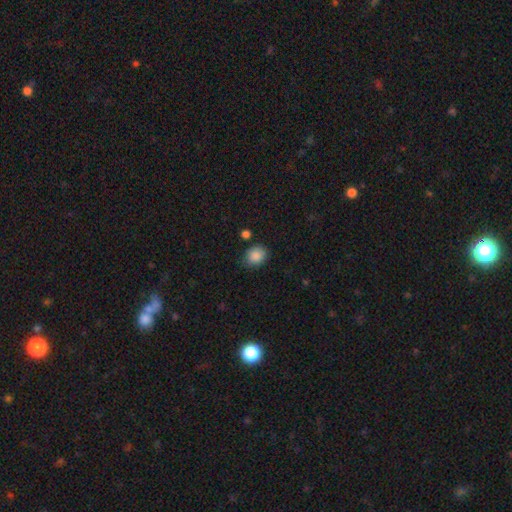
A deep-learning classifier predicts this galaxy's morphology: Smooth or featured: smooth — 88% (star or artifact — 9%)
How rounded: round — 55% (in between — 45%)
Merging: none — 77% (minor disturbance — 16%)